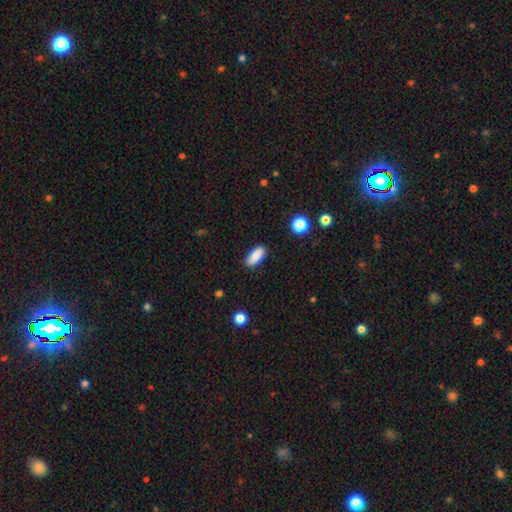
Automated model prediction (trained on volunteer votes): Overall: smooth (87%). How rounded: in between (82%). Merging: none (88%).